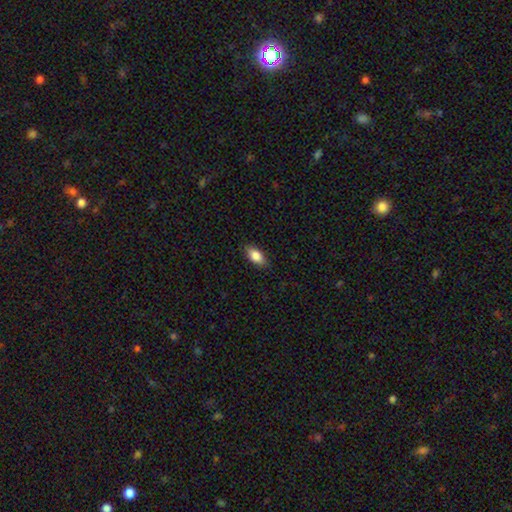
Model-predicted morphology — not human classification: smooth 83%, featured or disk 10%, star or artifact 7%. Down the decision tree: how rounded — in between (88%); merging — none (86%).